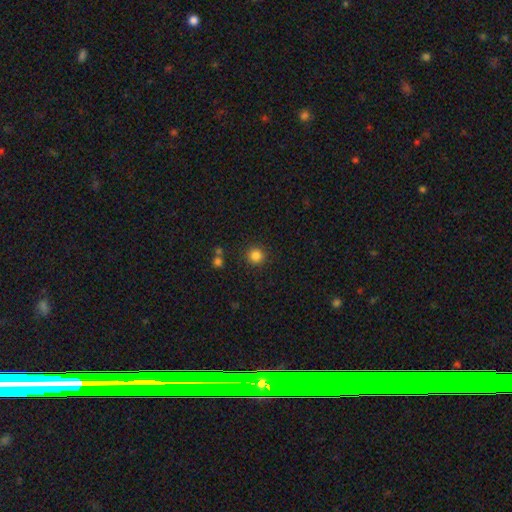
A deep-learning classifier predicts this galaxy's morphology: smooth 84%, star or artifact 12%, featured or disk 4%. Down the decision tree: how rounded — round (94%); merging — none (90%).